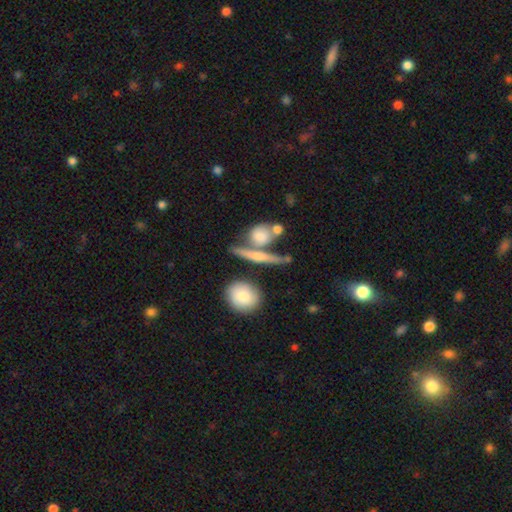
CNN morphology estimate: smooth_or_featured: smooth (p=0.45) [alt: featured or disk p=0.33]
merging: none (p=0.54) [alt: merger p=0.26]